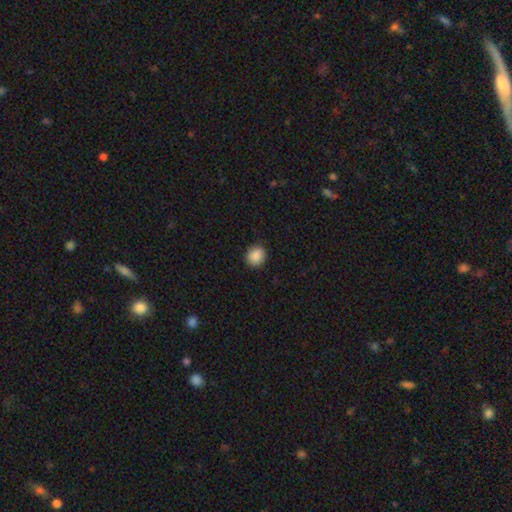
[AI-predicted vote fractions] Q: Smooth or featured?
A: smooth (89%); runner-up: star or artifact (8%)
Q: How rounded?
A: round (77%); runner-up: in between (22%)
Q: Merging?
A: none (90%); runner-up: minor disturbance (7%)